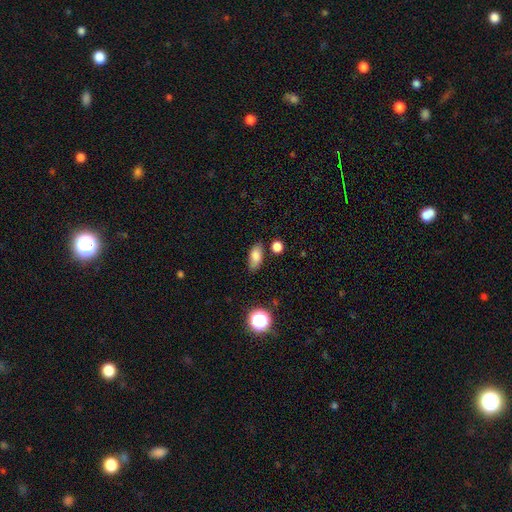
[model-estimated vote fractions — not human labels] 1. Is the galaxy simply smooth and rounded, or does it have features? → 79% smooth, 11% featured or disk, 10% star or artifact.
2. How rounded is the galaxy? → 84% in between, 9% cigar-shaped, 6% round.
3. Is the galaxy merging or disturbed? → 78% none, 15% minor disturbance, 4% merger, 3% major disturbance.